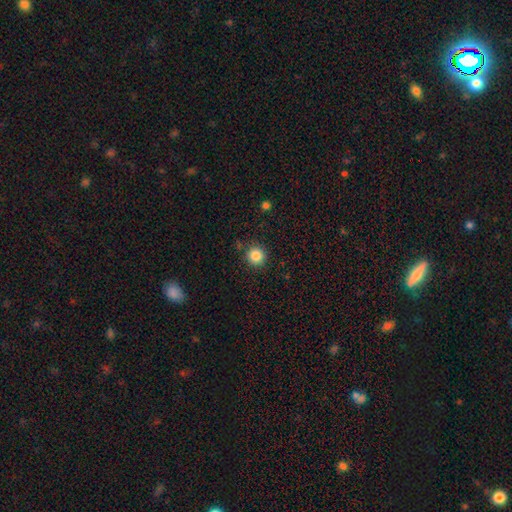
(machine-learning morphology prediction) Overall: smooth (85%). How rounded: round (95%). Merging: none (89%).